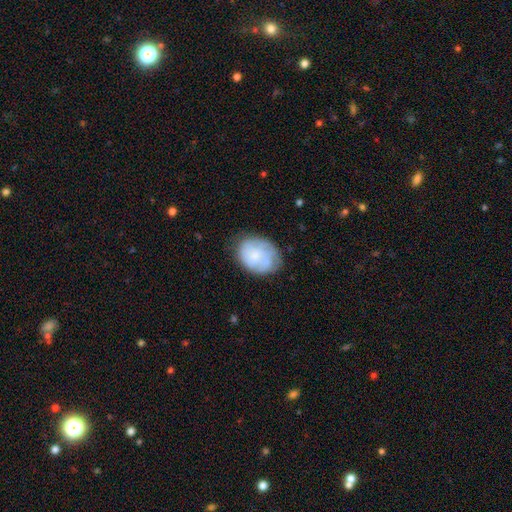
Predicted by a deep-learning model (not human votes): smooth-or-featured: smooth: 51% | featured or disk: 41% | star or artifact: 8%
  how-rounded: in between: 59% | round: 40% | cigar-shaped: 1%
  merging: none: 62% | minor disturbance: 26% | major disturbance: 9% | merger: 3%